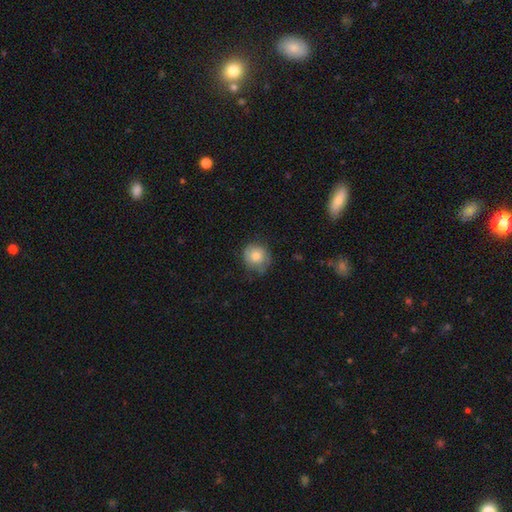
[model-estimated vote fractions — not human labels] A smooth galaxy with no disk features (76%) that is round (83%). Merging: none (63%).